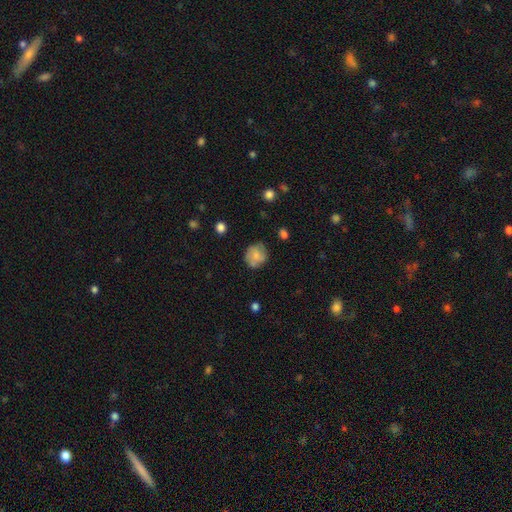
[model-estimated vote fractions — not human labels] Smooth or featured: smooth — 63% (featured or disk — 29%)
How rounded: round — 80% (in between — 19%)
Merging: none — 68% (minor disturbance — 23%)